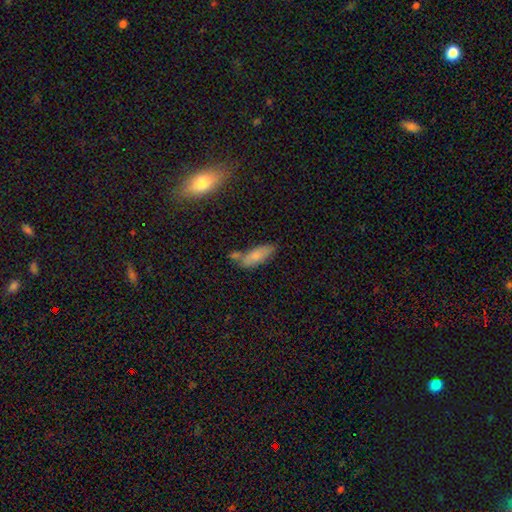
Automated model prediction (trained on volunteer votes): This appears to be a smooth galaxy with no disk features (75%) that is in between round and cigar-shaped (66%). Merging: none (49%).